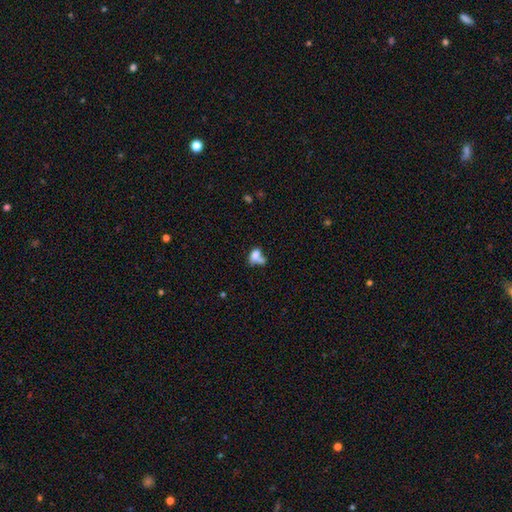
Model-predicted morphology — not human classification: This appears to be a smooth galaxy with no disk features (71%) that is in between round and cigar-shaped (74%). Merging: merger (50%).